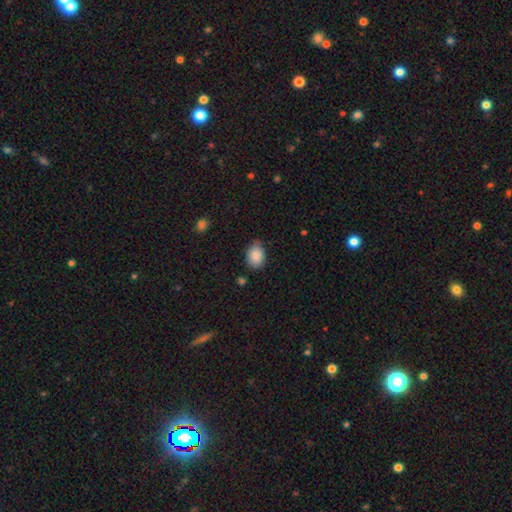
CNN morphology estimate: smooth_or_featured: smooth (p=0.88) [alt: star or artifact p=0.07]
how_rounded: in between (p=0.80) [alt: round p=0.19]
merging: none (p=0.70) [alt: minor disturbance p=0.24]